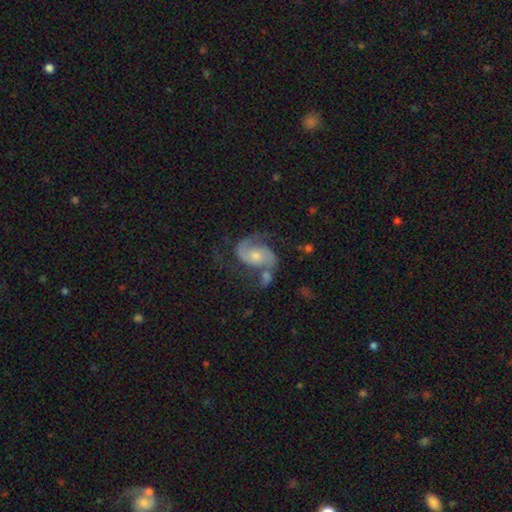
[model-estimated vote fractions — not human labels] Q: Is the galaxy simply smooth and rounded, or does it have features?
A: featured or disk — 84%.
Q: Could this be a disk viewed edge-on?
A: no — 98%.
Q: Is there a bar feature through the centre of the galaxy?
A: no — 62%.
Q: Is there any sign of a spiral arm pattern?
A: yes — 96%.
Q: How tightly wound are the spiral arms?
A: medium — 52%.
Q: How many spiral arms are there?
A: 2 — 88%.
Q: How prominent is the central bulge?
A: moderate — 51%.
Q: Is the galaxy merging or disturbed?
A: none — 51%.